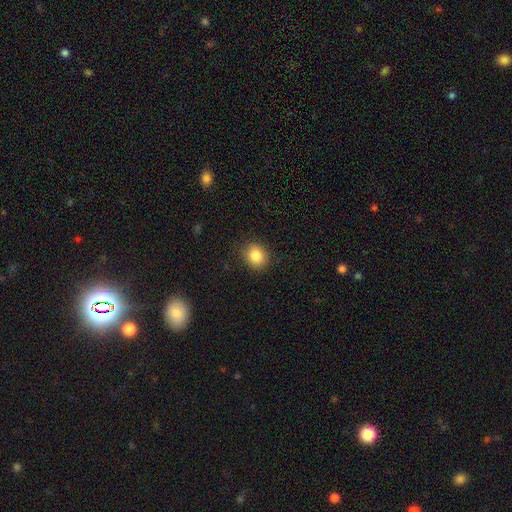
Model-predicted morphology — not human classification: smooth 85%, star or artifact 10%, featured or disk 5%. Down the decision tree: how rounded — round (75%); merging — none (89%).